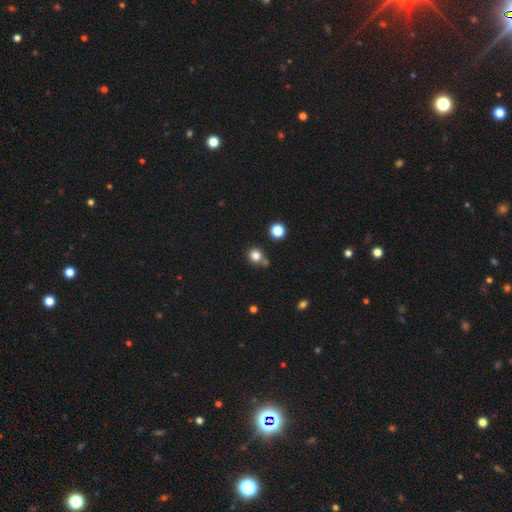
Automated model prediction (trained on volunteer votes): Morphology: type=smooth (81%); roundness=round (86%); merging=none (68%).